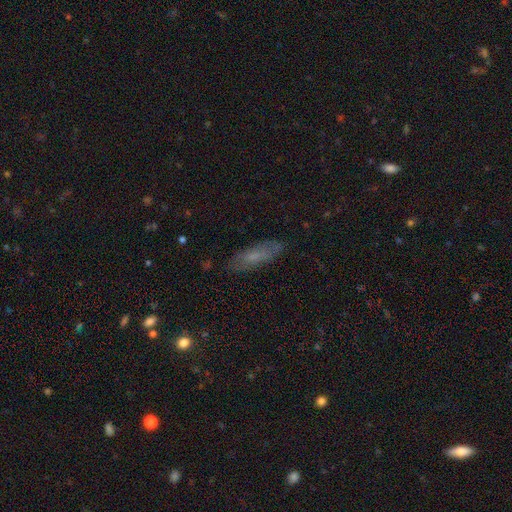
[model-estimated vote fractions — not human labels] smooth-or-featured: smooth: 57% | featured or disk: 32% | star or artifact: 11%
  how-rounded: cigar-shaped: 53% | in between: 45% | round: 3%
  merging: none: 81% | minor disturbance: 14% | major disturbance: 4% | merger: 1%